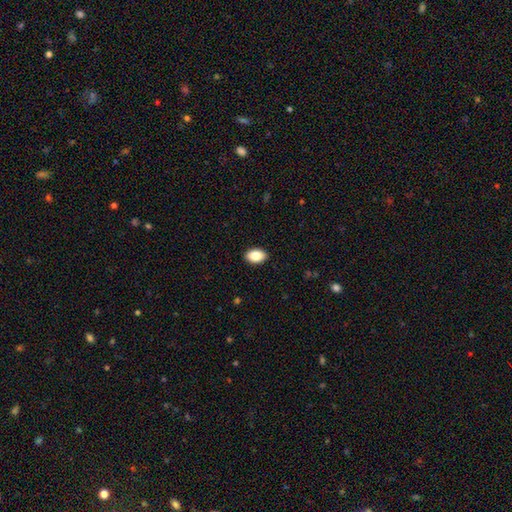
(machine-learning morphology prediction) Smooth or featured?
  - smooth: 85% *
  - featured or disk: 7%
  - star or artifact: 7%
How rounded?
  - in between: 91% *
  - round: 8%
  - cigar-shaped: 1%
Merging?
  - none: 91% *
  - minor disturbance: 7%
  - major disturbance: 2%
  - merger: 1%